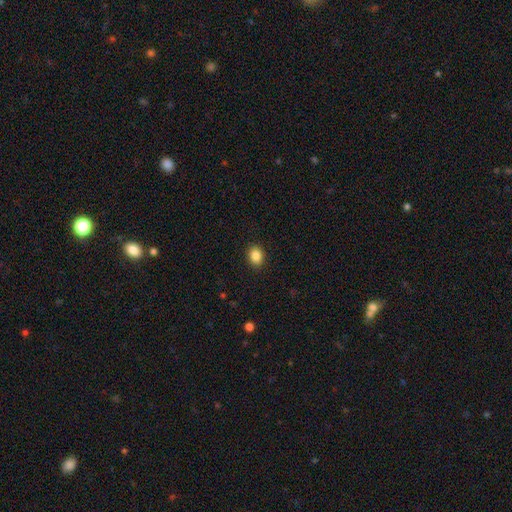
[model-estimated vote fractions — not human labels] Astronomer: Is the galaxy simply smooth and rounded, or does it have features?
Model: smooth — 87%.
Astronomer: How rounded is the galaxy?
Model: in between — 52% (runner-up: round, 48%).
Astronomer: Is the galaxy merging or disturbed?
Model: none — 90%.